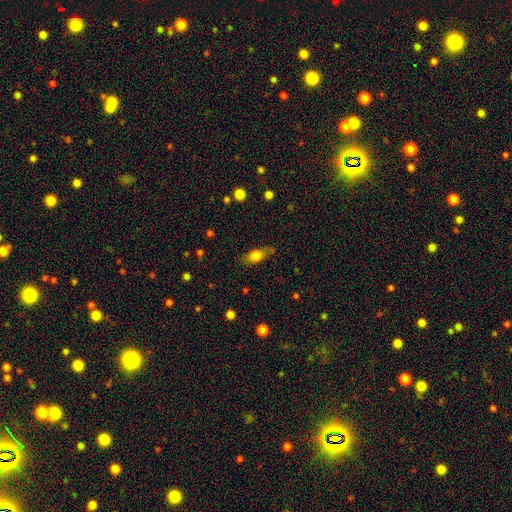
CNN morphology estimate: Q: Smooth or featured?
A: smooth (74%); runner-up: featured or disk (17%)
Q: How rounded?
A: in between (77%); runner-up: cigar-shaped (15%)
Q: Merging?
A: none (73%); runner-up: minor disturbance (19%)